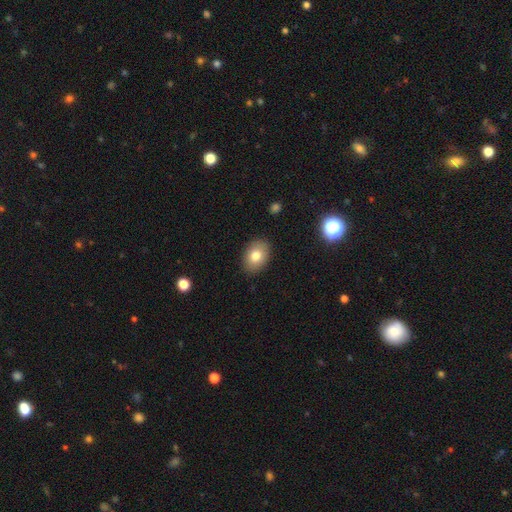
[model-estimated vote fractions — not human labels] Smooth or featured? Predicted: smooth (p=0.78). How rounded? Predicted: in between (p=0.78). Merging? Predicted: none (p=0.88).